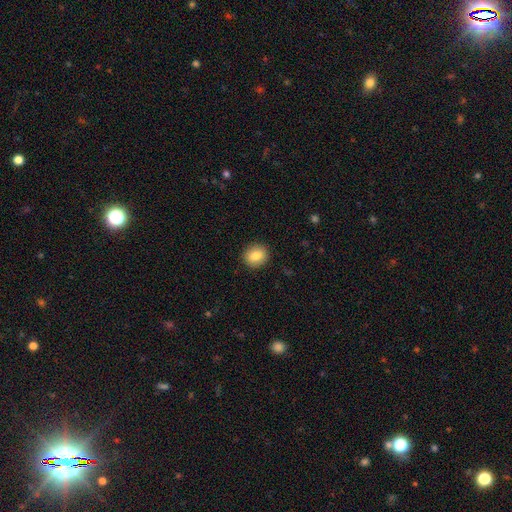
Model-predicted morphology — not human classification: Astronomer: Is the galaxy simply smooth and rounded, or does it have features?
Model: smooth — 84%.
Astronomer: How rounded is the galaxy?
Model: round — 75%.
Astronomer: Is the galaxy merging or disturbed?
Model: none — 91%.